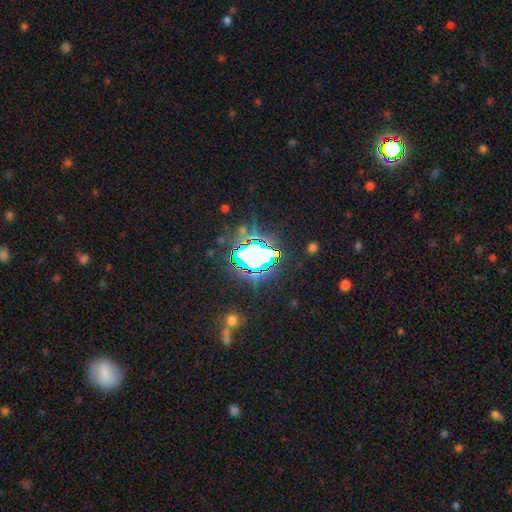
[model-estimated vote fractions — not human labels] This appears to be a star or artifact, not a galaxy (70%).